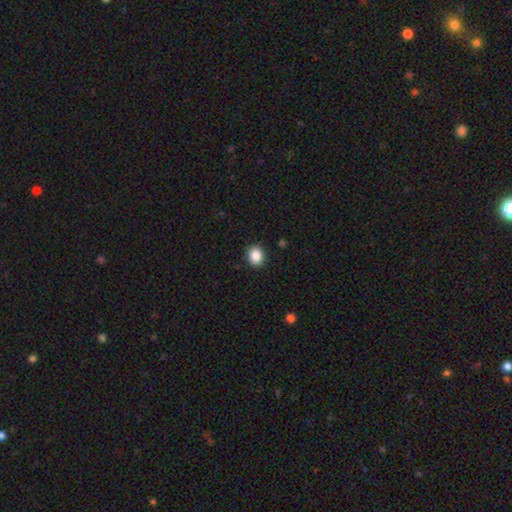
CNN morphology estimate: Overall: smooth (88%). How rounded: round (62%; in between 38%). Merging: none (89%).